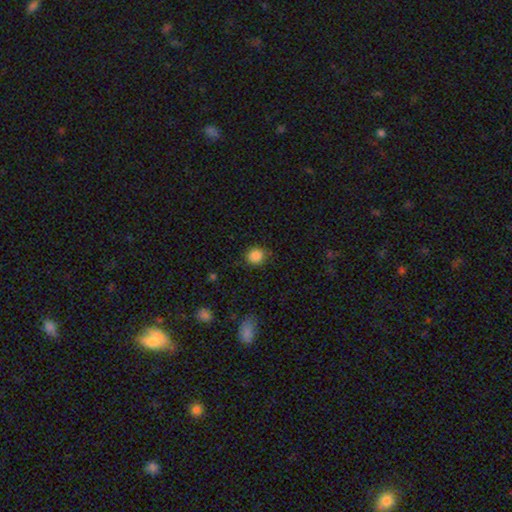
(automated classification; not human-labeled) smooth 86%, star or artifact 10%, featured or disk 4%. Down the decision tree: how rounded — round (87%); merging — none (86%).